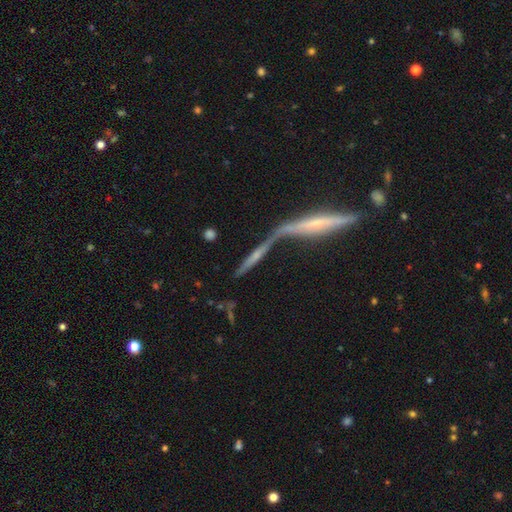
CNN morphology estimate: The model was most divided on "merging": merger: 51%, none: 31%, minor disturbance: 10%, major disturbance: 8%. More confident: edge-on disk — yes (81%); smooth or featured — featured or disk (57%).